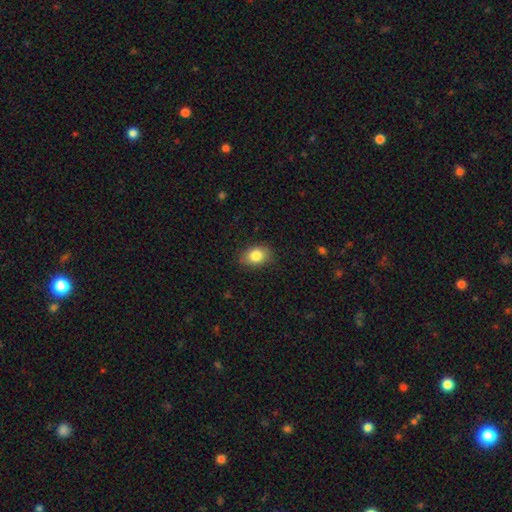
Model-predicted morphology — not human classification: This appears to be a smooth galaxy with no disk features (83%) that is in between round and cigar-shaped (78%). Merging: none (83%).